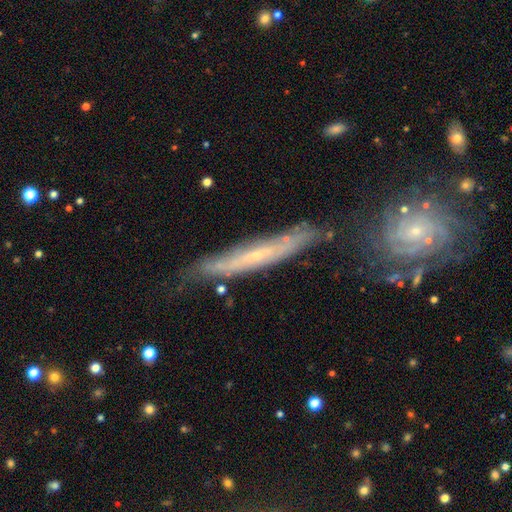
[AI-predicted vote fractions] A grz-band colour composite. It shows a featured or disk galaxy (69%) viewed edge-on (64%). Merging: none (66%).